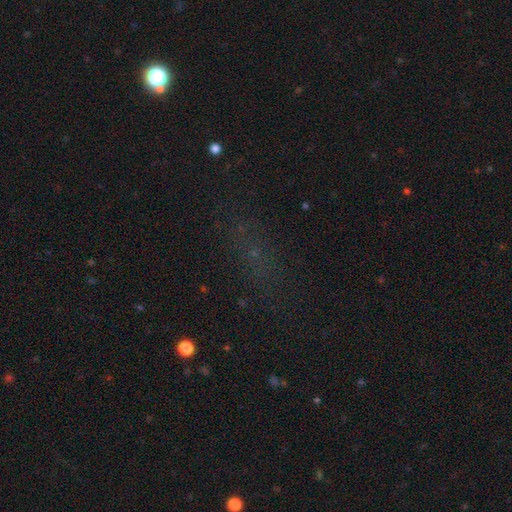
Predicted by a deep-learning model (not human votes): A star or artifact, not a galaxy (47%).

Vote fractions:
- Smooth or featured? star or artifact: 47% / smooth: 37% / featured or disk: 16%